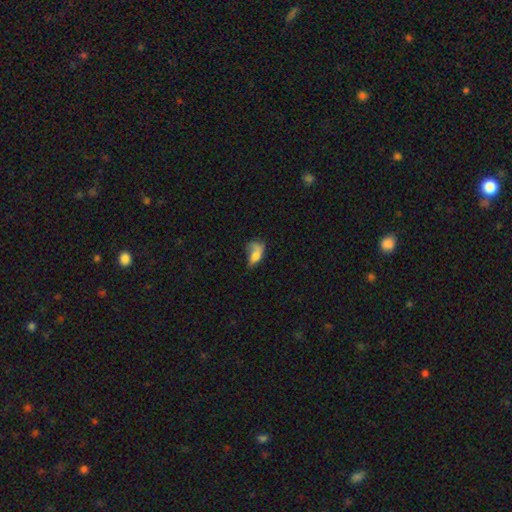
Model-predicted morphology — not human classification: smooth_or_featured: smooth (p=0.66) [alt: featured or disk p=0.24]
how_rounded: in between (p=0.84) [alt: round p=0.08]
merging: major disturbance (p=0.38) [alt: minor disturbance p=0.31]